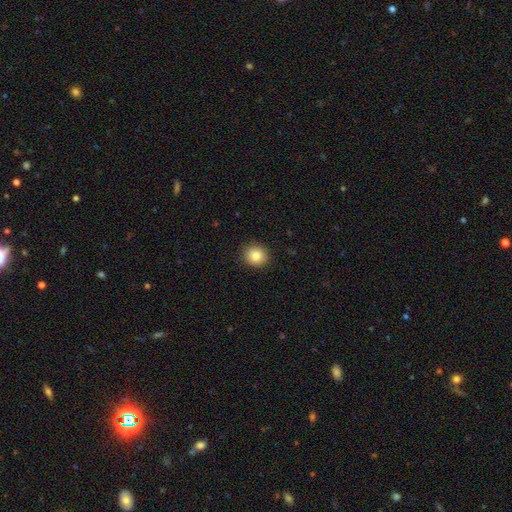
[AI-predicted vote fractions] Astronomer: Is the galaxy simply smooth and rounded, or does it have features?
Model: smooth — 85%.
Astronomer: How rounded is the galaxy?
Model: round — 90%.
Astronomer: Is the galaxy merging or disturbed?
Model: none — 90%.